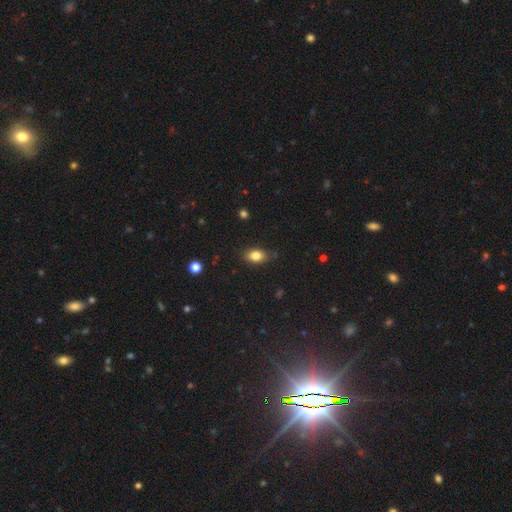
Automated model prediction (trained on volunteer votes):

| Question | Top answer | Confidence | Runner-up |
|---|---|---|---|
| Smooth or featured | smooth | 83% | star or artifact (9%) |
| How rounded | in between | 85% | round (13%) |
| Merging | none | 82% | minor disturbance (14%) |